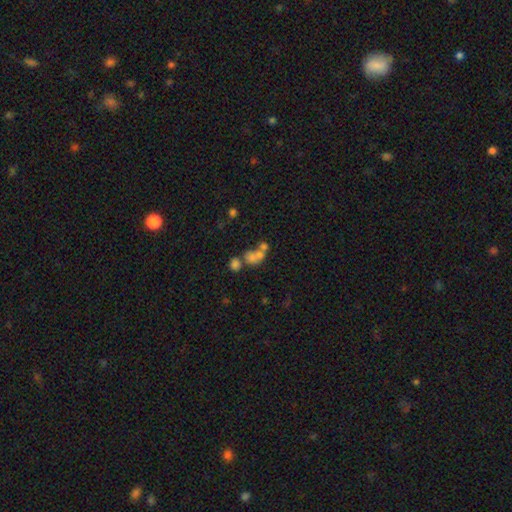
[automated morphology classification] A smooth galaxy with no disk features (62%) that is in between round and cigar-shaped (56%). Merging: merger (59%).